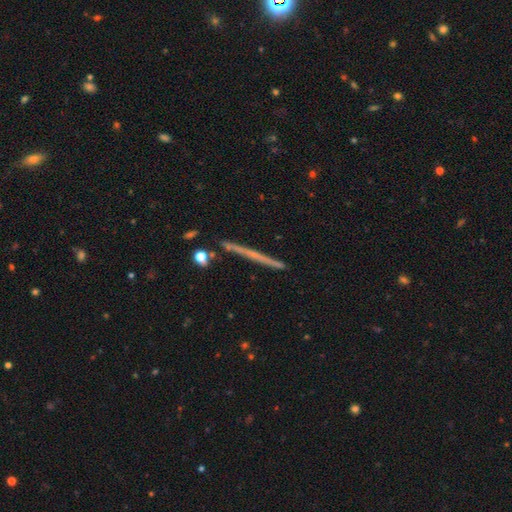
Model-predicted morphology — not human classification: Smooth or featured? featured or disk (58%)
Edge-on disk? yes (97%)
Edge-on bulge? none (83%)
Merging? none (88%)